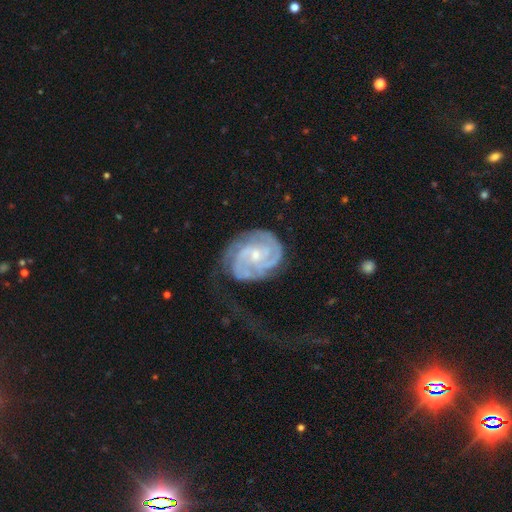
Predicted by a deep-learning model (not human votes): featured or disk 88%, smooth 7%, star or artifact 5%. Down the decision tree: edge-on disk — no (98%); bar — no (63%); spiral arms — yes (97%); spiral arm count — 2 (34%); spiral winding — tight (60%); bulge size — small (70%); merging — none (51%).